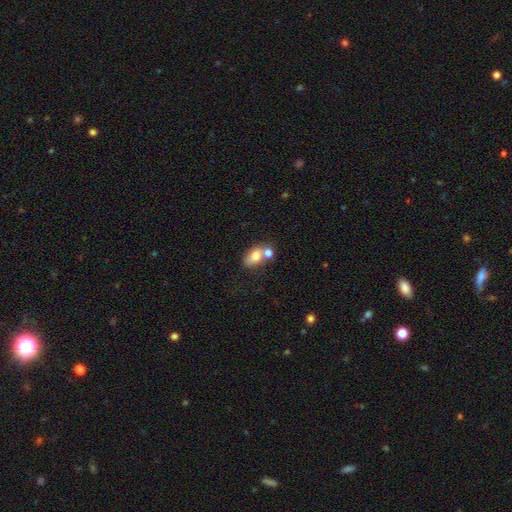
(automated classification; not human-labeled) Smooth or featured: smooth — 73% (featured or disk — 17%)
How rounded: in between — 80% (round — 17%)
Merging: none — 41% (merger — 40%)